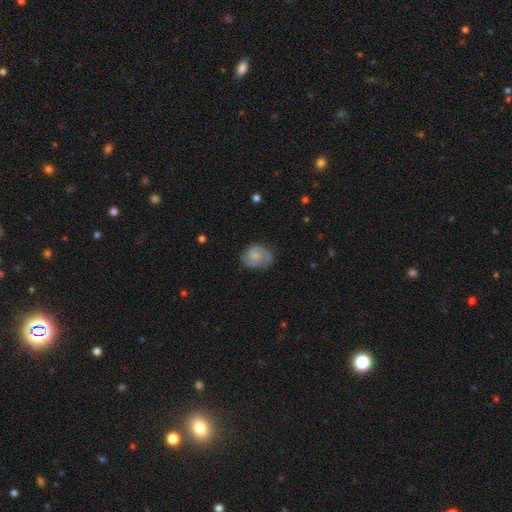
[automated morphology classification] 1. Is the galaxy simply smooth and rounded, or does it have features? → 51% smooth, 41% featured or disk, 8% star or artifact.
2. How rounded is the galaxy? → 56% round, 43% in between, 1% cigar-shaped.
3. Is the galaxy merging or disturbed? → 64% none, 24% minor disturbance, 10% major disturbance, 2% merger.